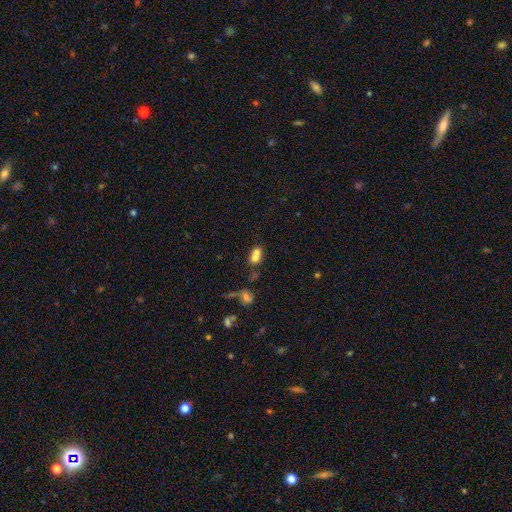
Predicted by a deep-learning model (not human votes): This appears to be a smooth galaxy with no disk features (67%) that is round (56%). Merging: merger (66%).